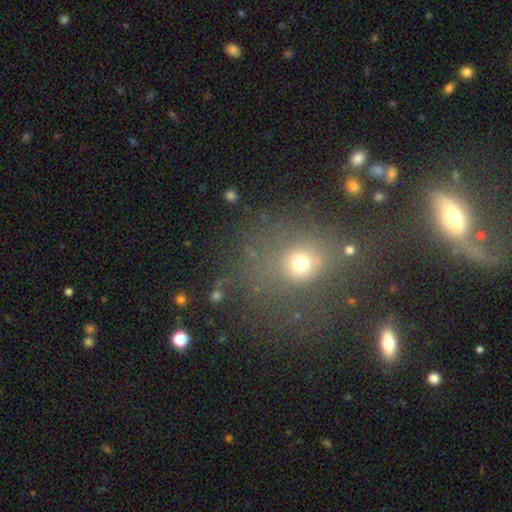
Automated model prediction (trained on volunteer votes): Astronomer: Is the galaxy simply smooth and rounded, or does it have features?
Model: smooth — 55%.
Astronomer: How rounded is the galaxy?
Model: round — 70%.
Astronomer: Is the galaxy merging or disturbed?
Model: none — 61%.